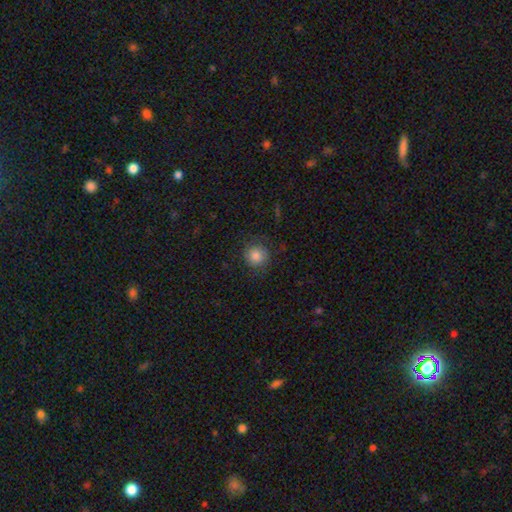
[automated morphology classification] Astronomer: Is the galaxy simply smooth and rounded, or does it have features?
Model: smooth — 80%.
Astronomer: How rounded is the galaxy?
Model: round — 90%.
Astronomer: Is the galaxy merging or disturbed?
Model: none — 78%.